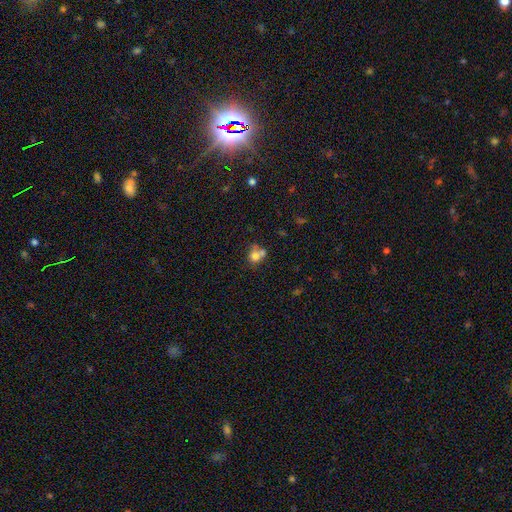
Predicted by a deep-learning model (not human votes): A smooth galaxy with no disk features (72%) that is round (66%).

Vote fractions:
- Smooth or featured? smooth: 72% / featured or disk: 16% / star or artifact: 12%
- How rounded? round: 66% / in between: 32% / cigar-shaped: 1%
- Merging? merger: 47% / none: 34% / minor disturbance: 12% / major disturbance: 6%